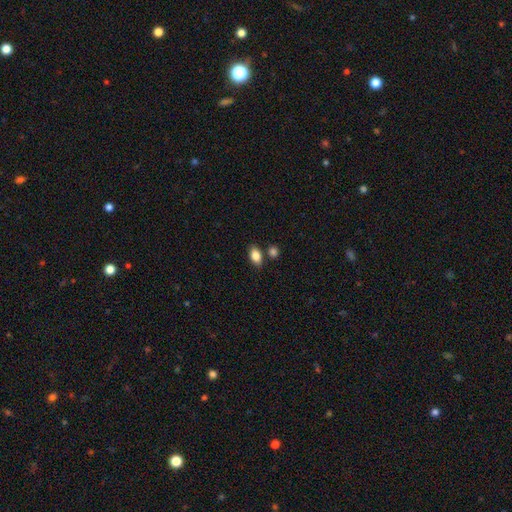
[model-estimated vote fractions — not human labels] Smooth or featured? Predicted: smooth (p=0.85). How rounded? Predicted: in between (p=0.87). Merging? Predicted: none (p=0.76).